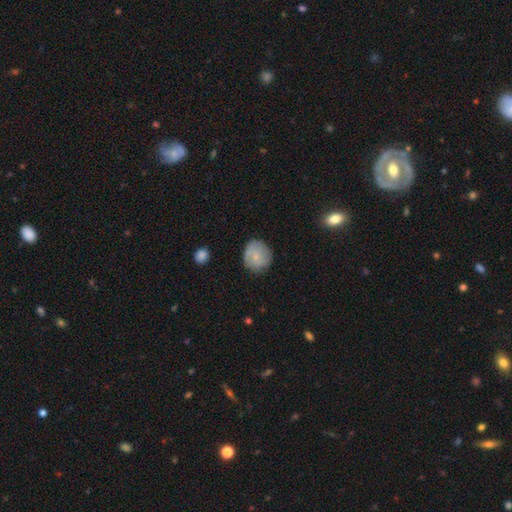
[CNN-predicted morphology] smooth 66%, featured or disk 27%, star or artifact 7%. Down the decision tree: how rounded — round (87%); merging — none (80%).